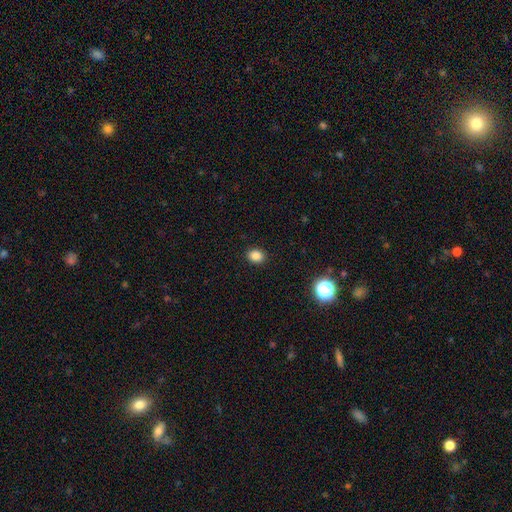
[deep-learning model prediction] smooth-or-featured: smooth: 85% | star or artifact: 11% | featured or disk: 4%
  how-rounded: round: 51% | in between: 48% | cigar-shaped: 1%
  merging: none: 91% | minor disturbance: 6% | major disturbance: 2% | merger: 1%